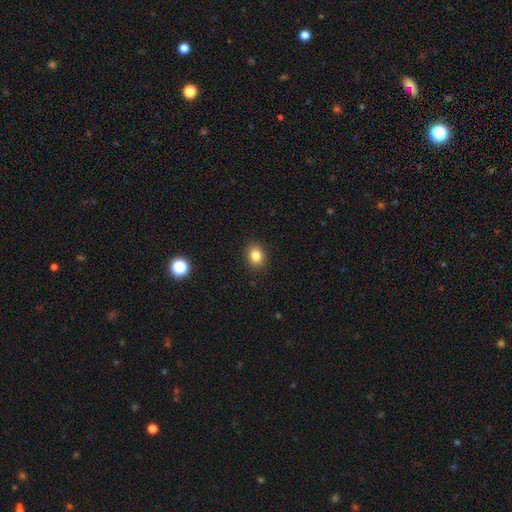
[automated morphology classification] This is clearly a smooth galaxy (83%). How rounded: possibly round (50%). Merging: clearly none (90%).